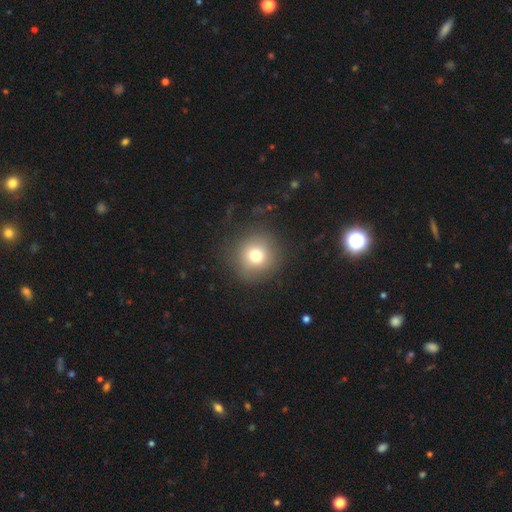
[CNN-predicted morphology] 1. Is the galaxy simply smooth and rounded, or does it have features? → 76% smooth, 13% star or artifact, 11% featured or disk.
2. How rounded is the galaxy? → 93% round, 6% in between, 1% cigar-shaped.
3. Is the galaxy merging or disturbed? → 83% none, 10% minor disturbance, 6% major disturbance, 1% merger.